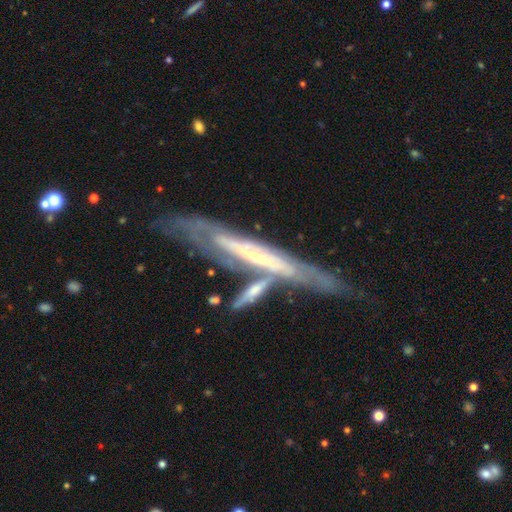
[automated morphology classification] Smooth or featured?
  - featured or disk: 80% *
  - smooth: 14%
  - star or artifact: 5%
Edge-on disk?
  - yes: 57% *
  - no: 43%
Merging?
  - none: 44% *
  - merger: 27%
  - minor disturbance: 19%
  - major disturbance: 10%